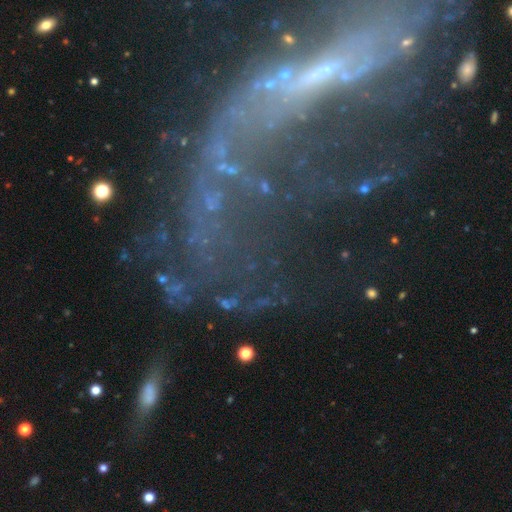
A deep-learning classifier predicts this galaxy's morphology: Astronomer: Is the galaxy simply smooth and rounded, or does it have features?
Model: featured or disk — 71%.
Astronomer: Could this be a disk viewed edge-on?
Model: no — 88%.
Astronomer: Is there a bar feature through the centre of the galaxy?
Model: no — 38% (runner-up: strong, 31%).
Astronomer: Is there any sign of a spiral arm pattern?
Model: yes — 62% (runner-up: no, 38%).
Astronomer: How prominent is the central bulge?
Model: none — 42% (runner-up: small, 41%).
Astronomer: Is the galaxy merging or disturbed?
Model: major disturbance — 40% (runner-up: none, 35%).